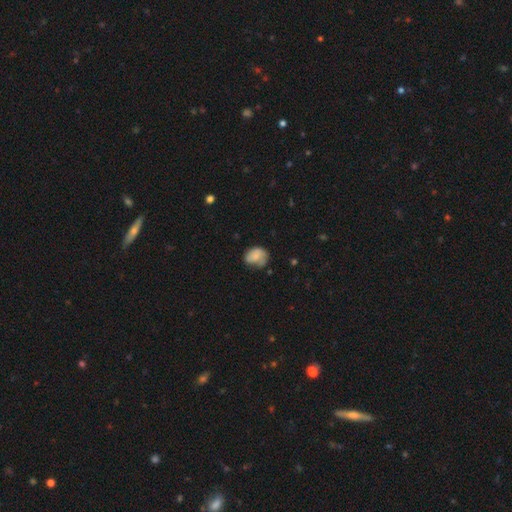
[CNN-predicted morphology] Smooth or featured?
  - smooth: 70% *
  - featured or disk: 21%
  - star or artifact: 8%
How rounded?
  - in between: 51% *
  - round: 48%
  - cigar-shaped: 1%
Merging?
  - none: 48% *
  - minor disturbance: 35%
  - major disturbance: 14%
  - merger: 3%